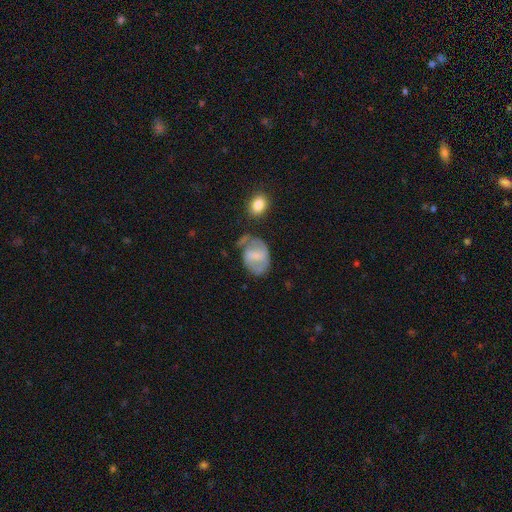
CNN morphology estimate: This appears to be a featured or disk galaxy (59%) with a weak bar (48%), spiral arms (76%) and no central bulge (38%). Merging: none (44%).